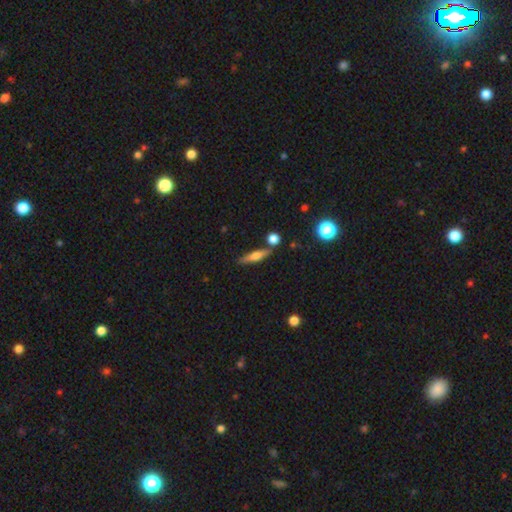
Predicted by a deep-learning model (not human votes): The model was most divided on "smooth or featured": smooth: 50%, featured or disk: 41%, star or artifact: 8%. More confident: merging — none (78%); how rounded — cigar-shaped (77%).